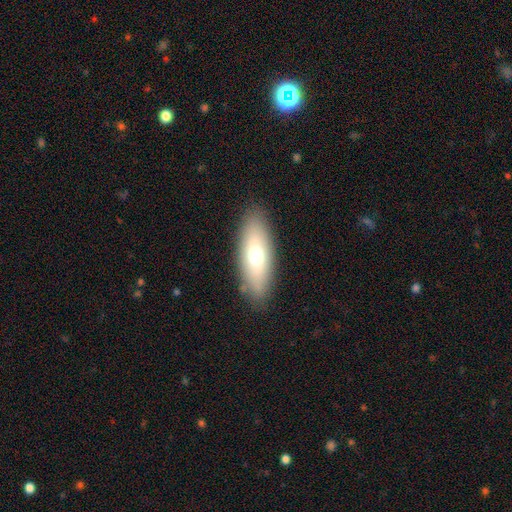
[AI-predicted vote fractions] smooth-or-featured: smooth: 64% | featured or disk: 29% | star or artifact: 7%
  how-rounded: in between: 71% | cigar-shaped: 26% | round: 3%
  merging: none: 87% | minor disturbance: 9% | major disturbance: 3% | merger: 1%